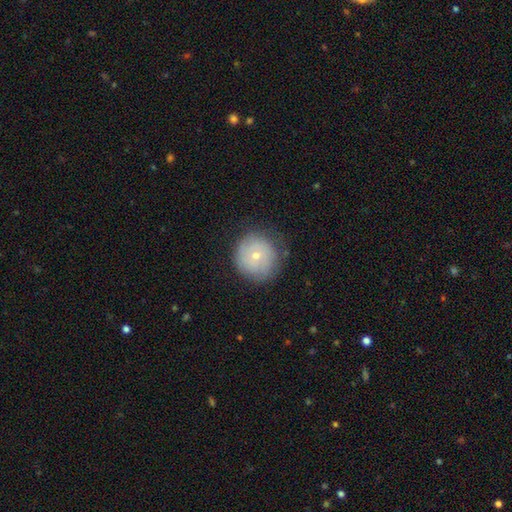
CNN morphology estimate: Smooth or featured? smooth (58%)
How rounded? round (93%)
Merging? none (76%)